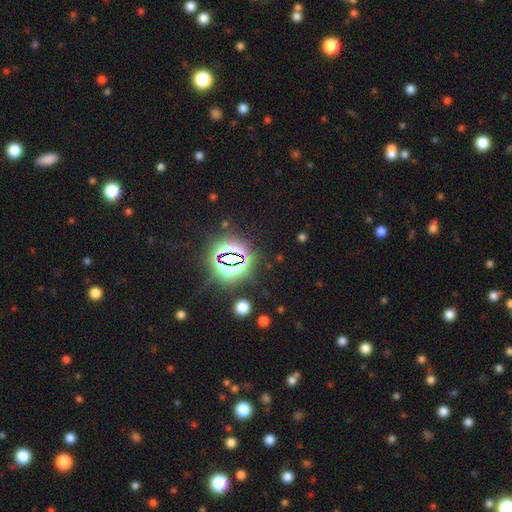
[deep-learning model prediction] This is clearly a star or artifact rather than a galaxy (82%).